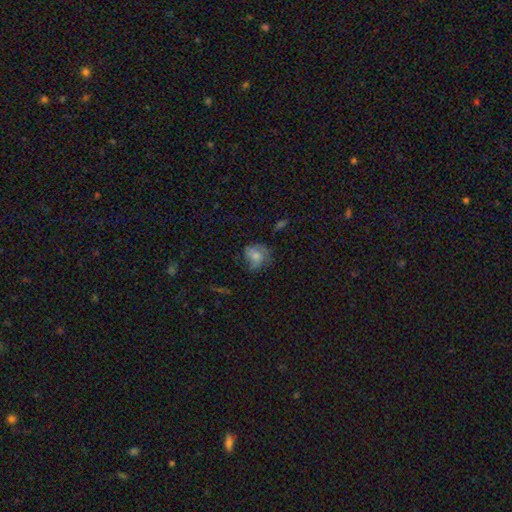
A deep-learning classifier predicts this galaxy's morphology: Smooth or featured? smooth (64%)
How rounded? round (64%)
Merging? none (48%)